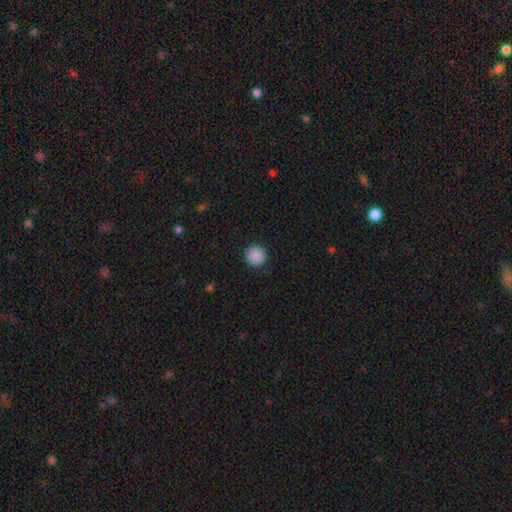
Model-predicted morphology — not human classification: This is clearly a smooth galaxy (89%). How rounded: clearly round (94%). Merging: clearly none (91%).